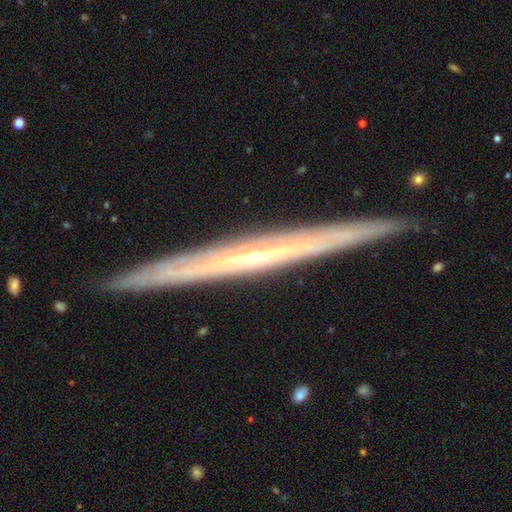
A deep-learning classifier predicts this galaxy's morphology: Overall: featured or disk (79%). Edge-on disk: yes (95%). Edge-on bulge: none (64%; rounded 33%). Merging: none (90%).